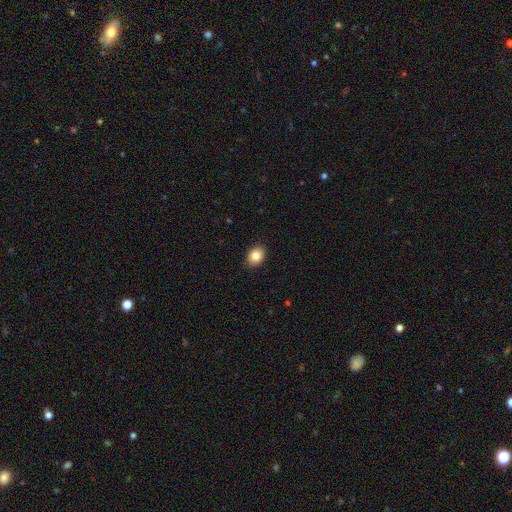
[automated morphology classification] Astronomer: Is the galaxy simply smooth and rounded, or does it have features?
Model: smooth — 84%.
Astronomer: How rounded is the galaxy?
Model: in between — 65%.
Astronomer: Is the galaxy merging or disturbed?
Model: none — 90%.